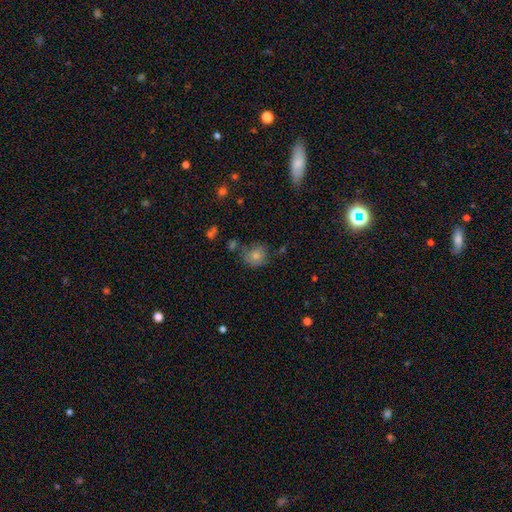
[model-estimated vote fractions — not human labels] Q: Smooth or featured?
A: smooth (78%); runner-up: featured or disk (12%)
Q: How rounded?
A: round (76%); runner-up: in between (23%)
Q: Merging?
A: none (61%); runner-up: minor disturbance (23%)